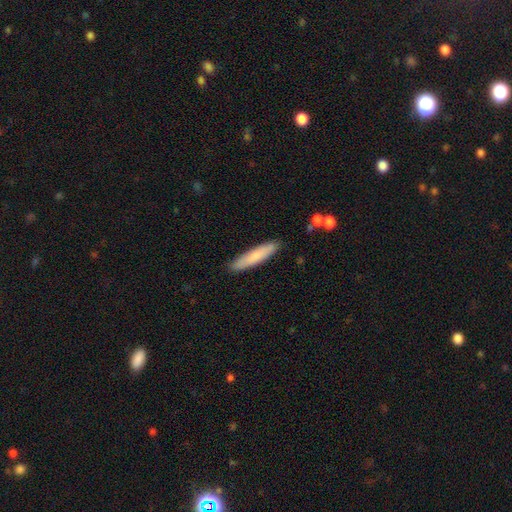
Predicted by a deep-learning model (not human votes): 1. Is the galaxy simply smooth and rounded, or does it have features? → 76% smooth, 18% featured or disk, 6% star or artifact.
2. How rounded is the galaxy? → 87% cigar-shaped, 12% in between, 1% round.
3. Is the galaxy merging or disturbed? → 89% none, 8% minor disturbance, 1% major disturbance, 1% merger.